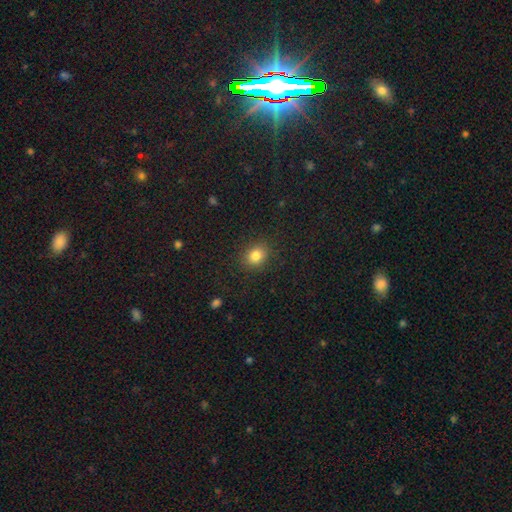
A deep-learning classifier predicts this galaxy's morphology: Q: Smooth or featured?
A: smooth (83%); runner-up: star or artifact (11%)
Q: How rounded?
A: round (60%); runner-up: in between (39%)
Q: Merging?
A: none (87%); runner-up: minor disturbance (9%)